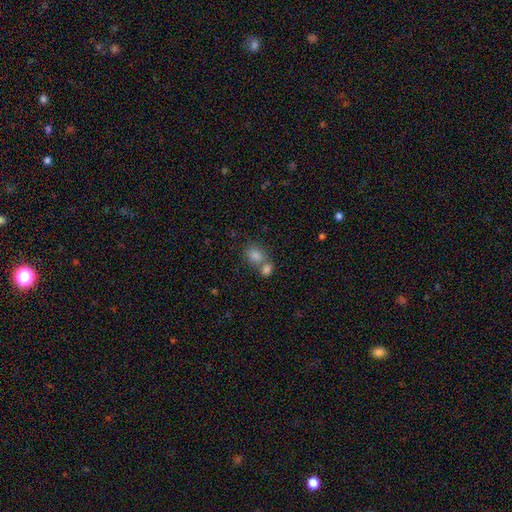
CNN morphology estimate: Q: Smooth or featured?
A: smooth (80%); runner-up: star or artifact (13%)
Q: How rounded?
A: round (55%); runner-up: in between (44%)
Q: Merging?
A: none (46%); runner-up: merger (43%)